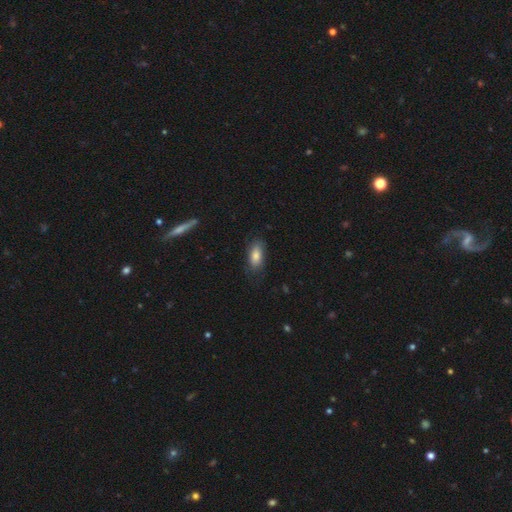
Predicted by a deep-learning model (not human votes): smooth-or-featured: smooth: 81% | featured or disk: 12% | star or artifact: 7%
  how-rounded: in between: 84% | cigar-shaped: 12% | round: 3%
  merging: none: 73% | minor disturbance: 19% | major disturbance: 6% | merger: 1%